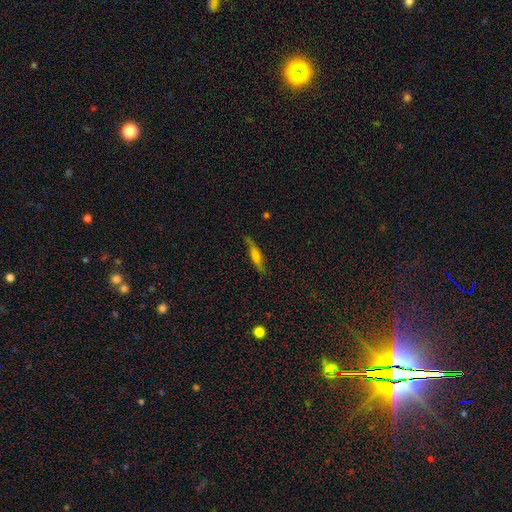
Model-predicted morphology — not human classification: smooth-or-featured: smooth: 54% | featured or disk: 38% | star or artifact: 8%
  how-rounded: cigar-shaped: 81% | in between: 16% | round: 2%
  merging: none: 75% | minor disturbance: 19% | major disturbance: 4% | merger: 2%